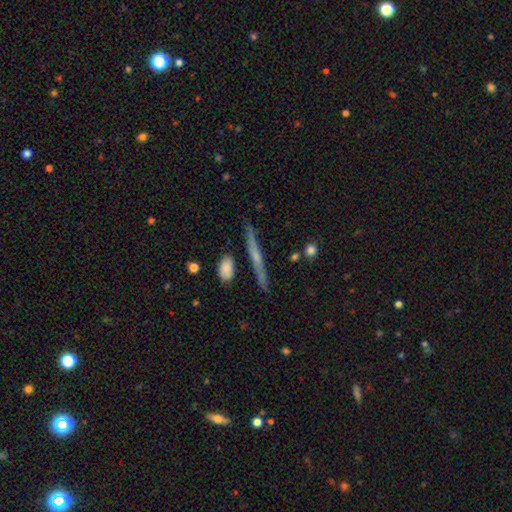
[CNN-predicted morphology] featured or disk 60%, smooth 33%, star or artifact 8%. Down the decision tree: edge-on disk — yes (95%); edge-on bulge — rounded (50%); merging — none (84%).